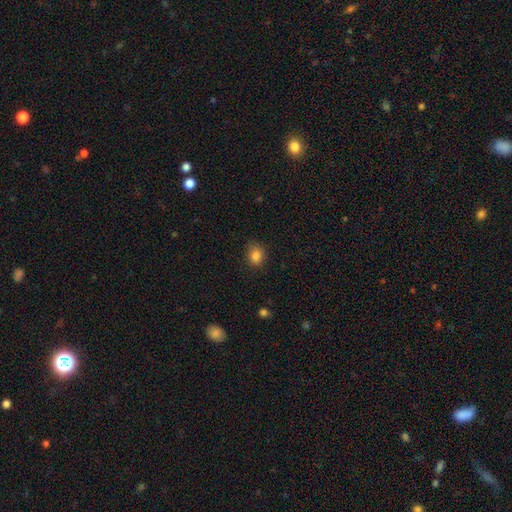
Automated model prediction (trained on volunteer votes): smooth-or-featured: smooth: 84% | star or artifact: 11% | featured or disk: 5%
  how-rounded: round: 54% | in between: 45% | cigar-shaped: 1%
  merging: none: 78% | minor disturbance: 17% | major disturbance: 4% | merger: 1%